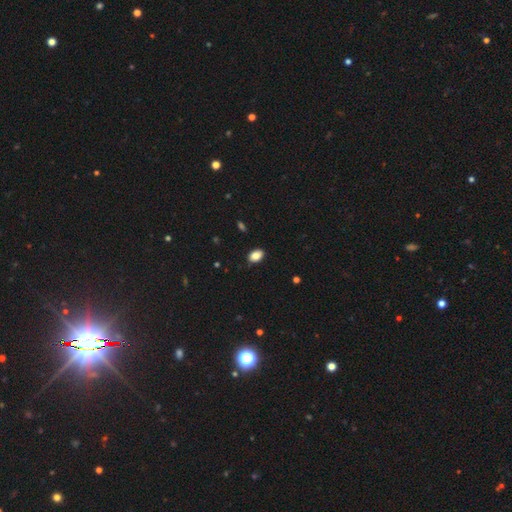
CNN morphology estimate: smooth-or-featured: smooth: 87% | star or artifact: 9% | featured or disk: 4%
  how-rounded: in between: 85% | round: 14% | cigar-shaped: 1%
  merging: none: 87% | minor disturbance: 10% | major disturbance: 2% | merger: 1%